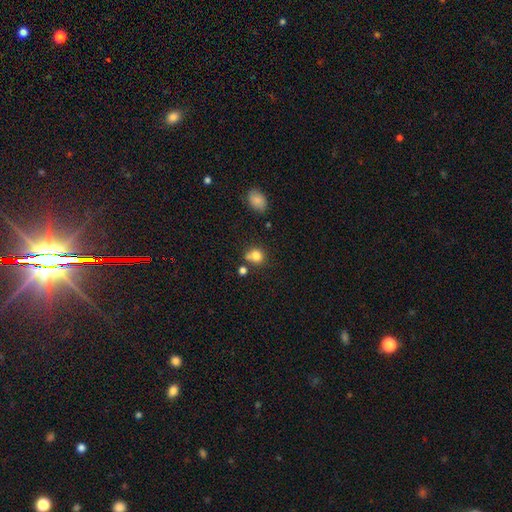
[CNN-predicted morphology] smooth-or-featured: smooth: 80% | star or artifact: 12% | featured or disk: 8%
  how-rounded: round: 80% | in between: 19% | cigar-shaped: 1%
  merging: none: 60% | merger: 23% | minor disturbance: 13% | major disturbance: 4%